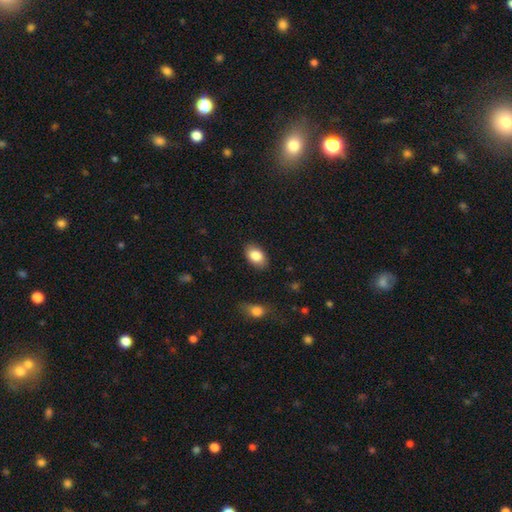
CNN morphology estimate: Q: Smooth or featured?
A: smooth (84%); runner-up: featured or disk (9%)
Q: How rounded?
A: in between (90%); runner-up: round (9%)
Q: Merging?
A: none (87%); runner-up: minor disturbance (10%)